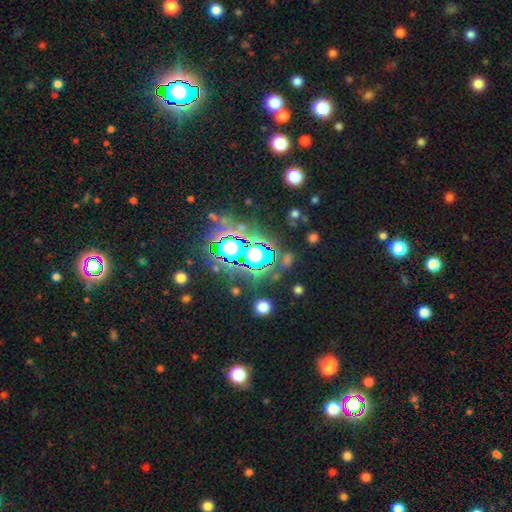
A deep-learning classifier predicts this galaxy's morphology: smooth_or_featured: star or artifact (p=0.69) [alt: smooth p=0.20]